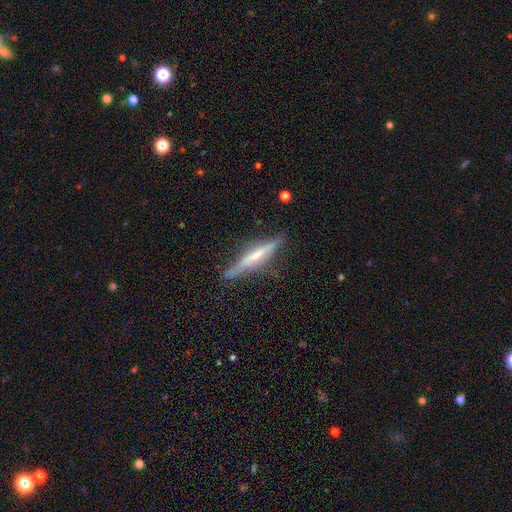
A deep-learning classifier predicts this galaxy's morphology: This is likely a featured or disk galaxy (66%). It is clearly viewed edge-on (94%). Edge-on bulge: possibly rounded (46%). Merging: likely none (75%).